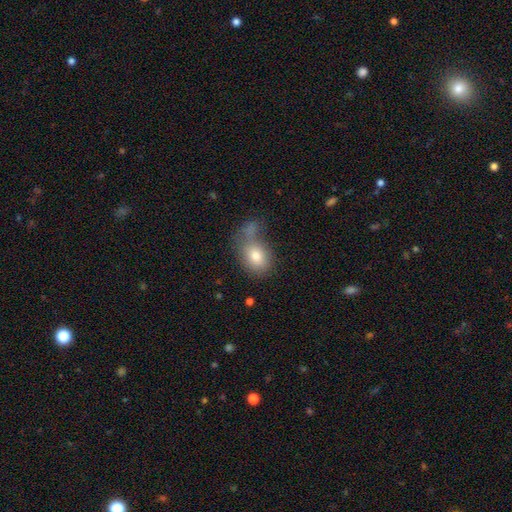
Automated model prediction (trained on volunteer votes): Smooth or featured: smooth — 79% (featured or disk — 12%)
How rounded: in between — 61% (round — 37%)
Merging: none — 40% (merger — 26%)